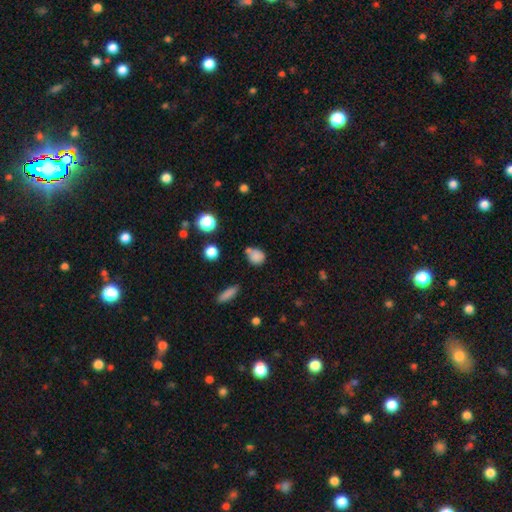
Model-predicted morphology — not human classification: smooth 80%, star or artifact 12%, featured or disk 8%. Down the decision tree: how rounded — round (61%); merging — none (52%).